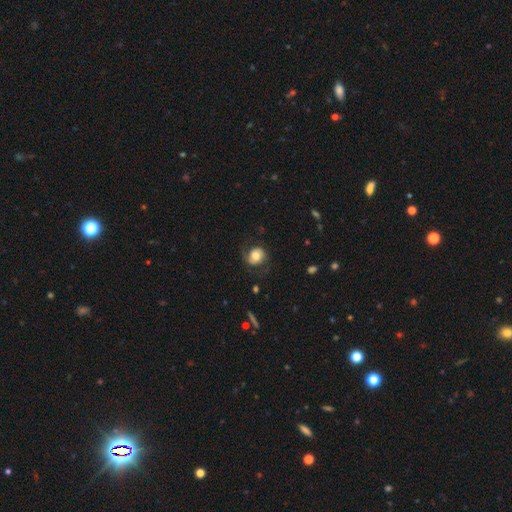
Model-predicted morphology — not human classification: smooth_or_featured: featured or disk (p=0.47) [alt: smooth p=0.46]
merging: none (p=0.67) [alt: minor disturbance p=0.19]